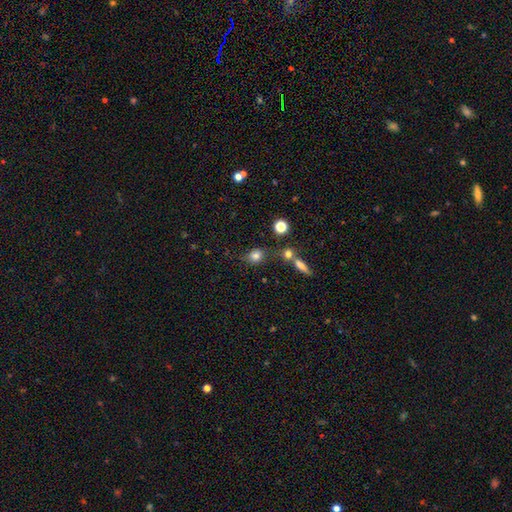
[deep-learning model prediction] Q: Smooth or featured?
A: smooth (80%); runner-up: star or artifact (13%)
Q: How rounded?
A: round (69%); runner-up: in between (29%)
Q: Merging?
A: none (65%); runner-up: minor disturbance (16%)